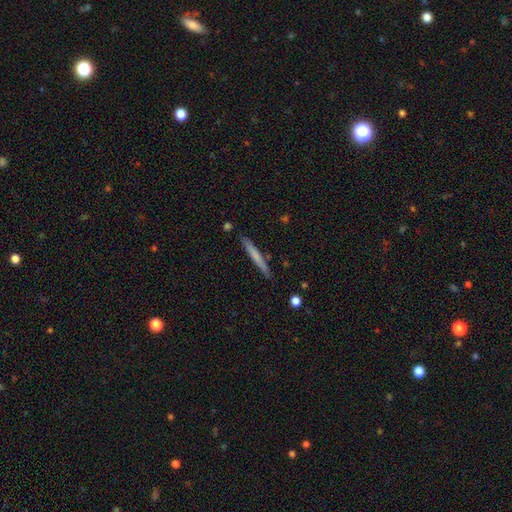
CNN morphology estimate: type=smooth (62%); roundness=cigar-shaped (96%); merging=none (88%).